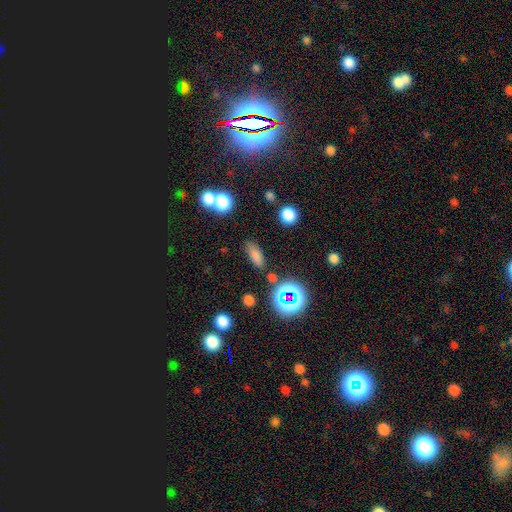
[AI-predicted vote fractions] This appears to be a smooth galaxy with no disk features (74%) that is in between round and cigar-shaped (65%). Merging: none (78%).